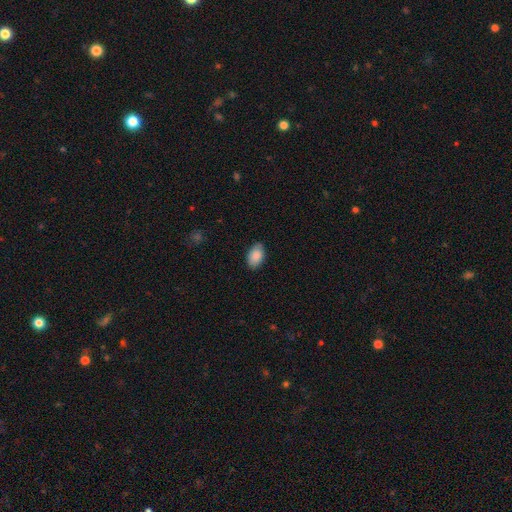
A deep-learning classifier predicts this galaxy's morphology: This is clearly a smooth galaxy (87%). How rounded: clearly in between (93%). Merging: clearly none (83%).